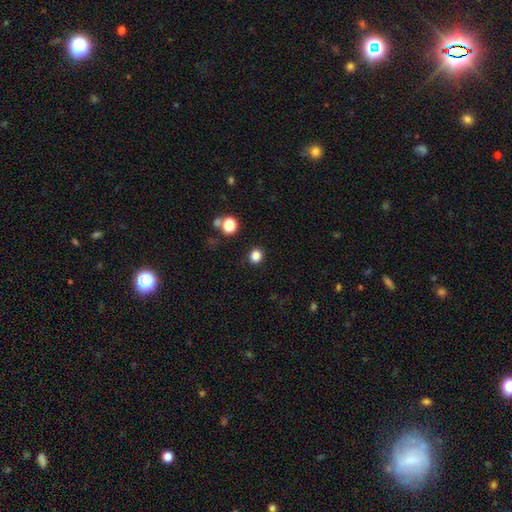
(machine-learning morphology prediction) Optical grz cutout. It shows a smooth galaxy with no disk features (84%) that is round (82%). Merging: none (89%).